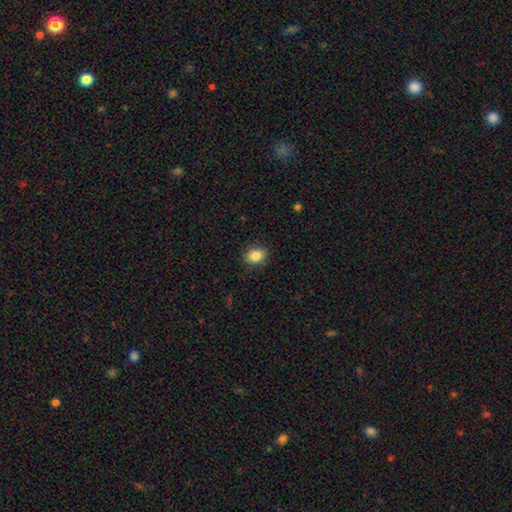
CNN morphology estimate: This appears to be a smooth galaxy with no disk features (84%) that is round (51%). Merging: none (86%).